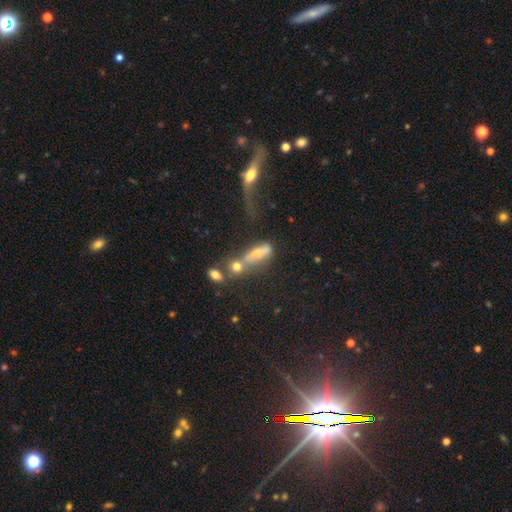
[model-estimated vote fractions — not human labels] Morphology: type=star or artifact (41%).